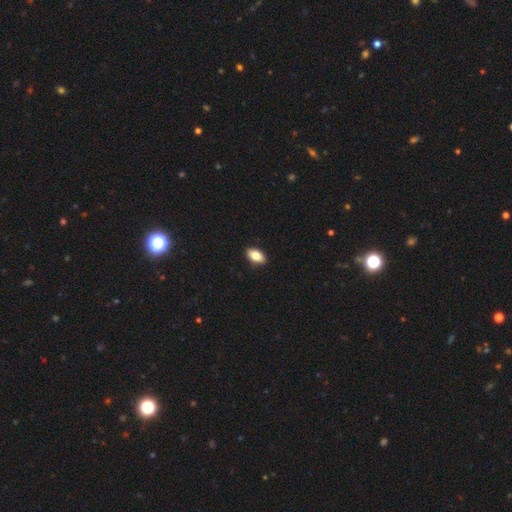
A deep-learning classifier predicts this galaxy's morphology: Smooth or featured: smooth — 81% (featured or disk — 12%)
How rounded: in between — 91% (round — 5%)
Merging: none — 91% (minor disturbance — 7%)